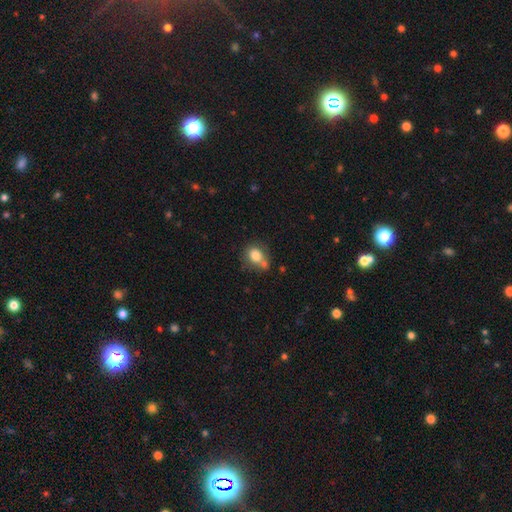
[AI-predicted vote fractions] Overall: smooth (79%). How rounded: round (58%; in between 41%). Merging: none (48%; merger 26%).